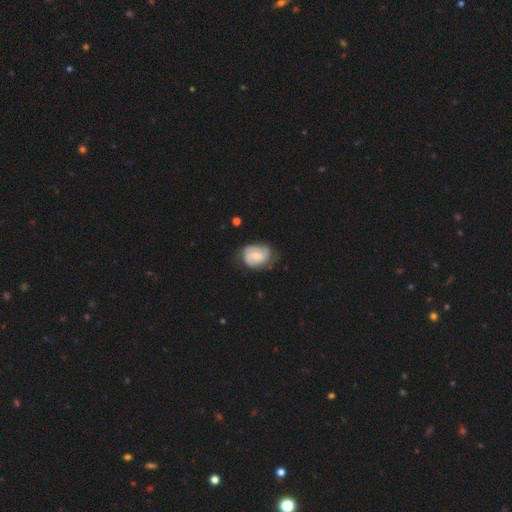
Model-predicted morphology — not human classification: This is possibly a featured or disk galaxy (56%). It is clearly not viewed edge-on (97%). Bar: possibly no (52%). Spiral arm pattern: clearly yes (81%). Central bulge: possibly small (49%). Merging: possibly none (58%).